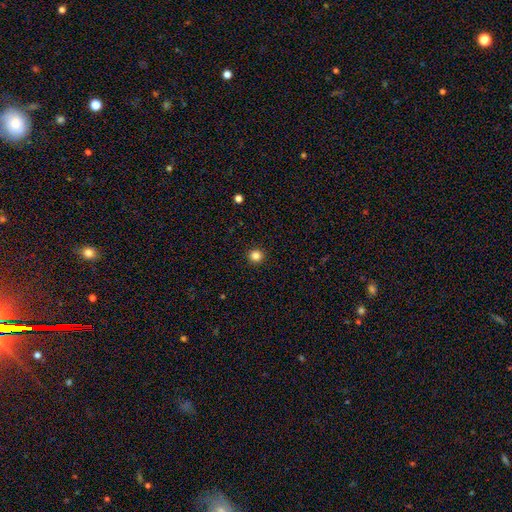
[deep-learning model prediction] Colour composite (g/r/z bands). It shows a smooth galaxy with no disk features (84%) that is round (95%). Merging: none (93%).